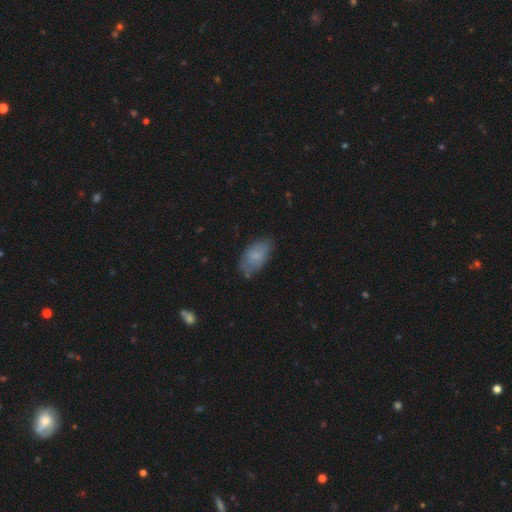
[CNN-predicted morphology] smooth 77%, featured or disk 16%, star or artifact 7%. Down the decision tree: how rounded — in between (93%); merging — none (69%).